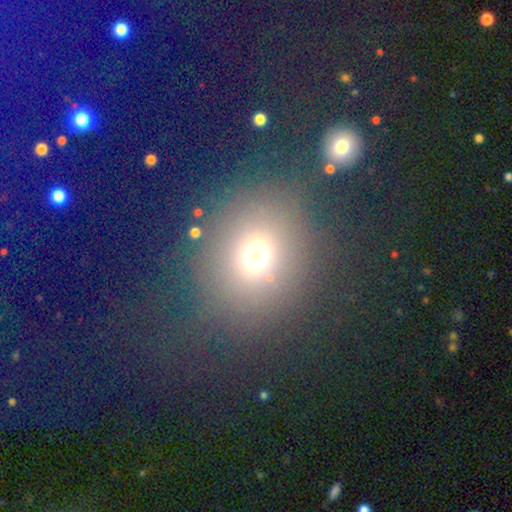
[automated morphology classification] Smooth or featured? smooth (69%)
How rounded? round (79%)
Merging? none (74%)